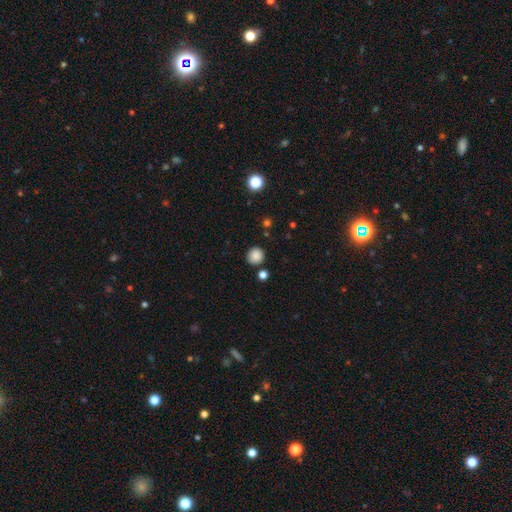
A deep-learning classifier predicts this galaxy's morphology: This is clearly a smooth galaxy (86%). How rounded: clearly round (90%). Merging: clearly none (85%).